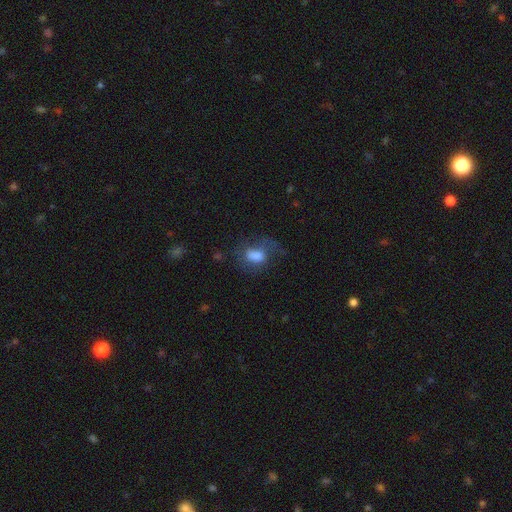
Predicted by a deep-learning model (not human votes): Morphology: type=smooth (64%); roundness=in between (78%); merging=none (39%).